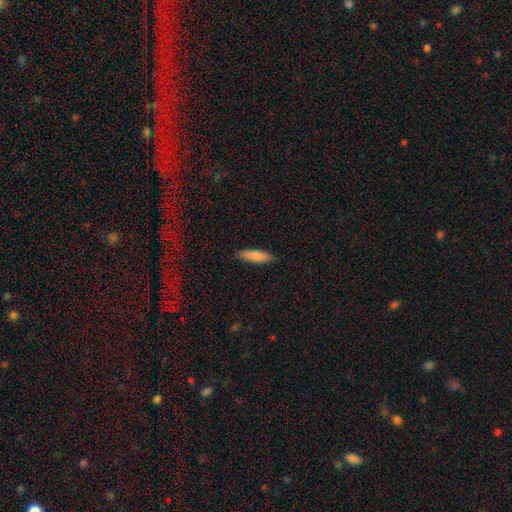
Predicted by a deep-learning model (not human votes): This appears to be a smooth galaxy with no disk features (83%) that is cigar-shaped (57%). Merging: none (88%).